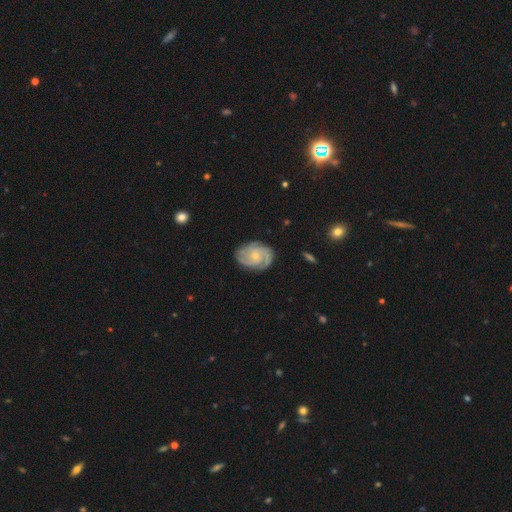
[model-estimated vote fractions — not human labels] Smooth or featured?
  - featured or disk: 85% *
  - smooth: 10%
  - star or artifact: 5%
Edge-on disk?
  - no: 98% *
  - yes: 2%
Bar?
  - no: 76% *
  - weak: 21%
  - strong: 3%
Spiral arms?
  - yes: 97% *
  - no: 3%
Spiral winding?
  - tight: 62% *
  - medium: 32%
  - loose: 6%
Spiral arm count?
  - 3: 41% *
  - 2: 21%
  - can't tell: 15%
  - 4: 11%
  - 1: 5%
  - more than 4: 5%
Bulge size?
  - small: 72% *
  - moderate: 25%
  - none: 2%
  - large: 1%
  - dominant: 1%
Merging?
  - none: 79% *
  - minor disturbance: 15%
  - major disturbance: 4%
  - merger: 1%